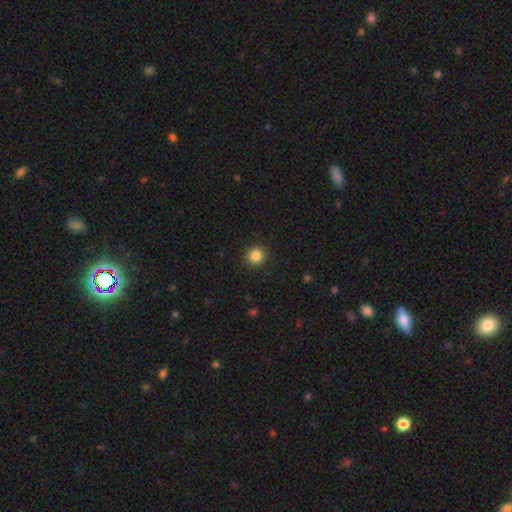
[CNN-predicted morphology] The model was most divided on "smooth or featured": smooth: 85%, star or artifact: 11%, featured or disk: 4%. More confident: how rounded — round (94%); merging — none (91%).